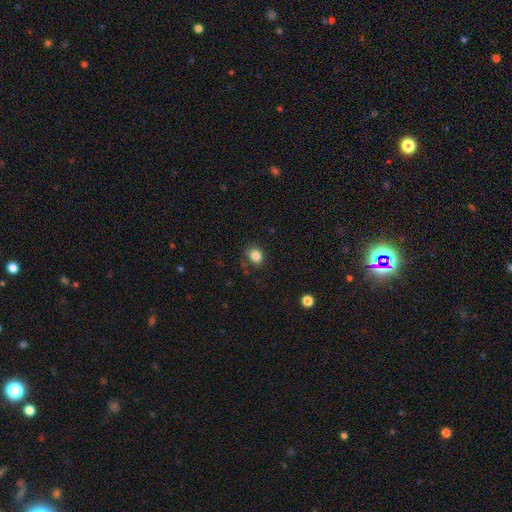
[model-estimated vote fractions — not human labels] Smooth or featured?
  - smooth: 84% *
  - star or artifact: 11%
  - featured or disk: 6%
How rounded?
  - round: 52% *
  - in between: 47%
  - cigar-shaped: 1%
Merging?
  - none: 76% *
  - minor disturbance: 17%
  - major disturbance: 6%
  - merger: 2%